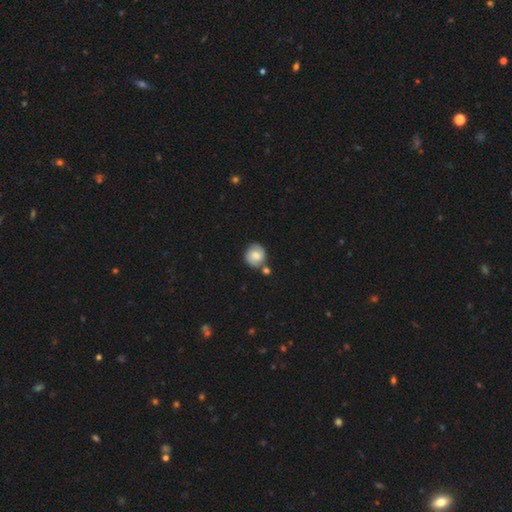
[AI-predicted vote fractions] The model was most divided on "merging": none: 66%, merger: 16%, minor disturbance: 14%, major disturbance: 3%. More confident: how rounded — round (87%); smooth or featured — smooth (72%).